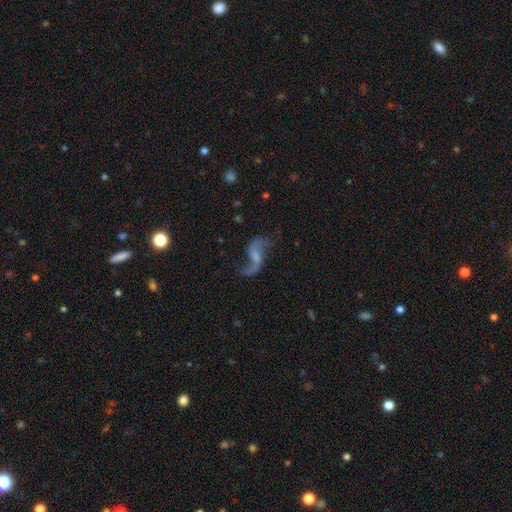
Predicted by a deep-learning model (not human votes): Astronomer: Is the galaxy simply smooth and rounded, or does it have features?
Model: featured or disk — 84%.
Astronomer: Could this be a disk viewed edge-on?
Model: no — 97%.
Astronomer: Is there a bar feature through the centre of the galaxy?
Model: weak — 47% (runner-up: no, 37%).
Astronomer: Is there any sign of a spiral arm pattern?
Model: yes — 94%.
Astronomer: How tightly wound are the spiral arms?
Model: loose — 90%.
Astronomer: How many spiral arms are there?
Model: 2 — 89%.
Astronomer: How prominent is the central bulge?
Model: none — 40% (runner-up: small, 36%).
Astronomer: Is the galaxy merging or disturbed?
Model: none — 63%.